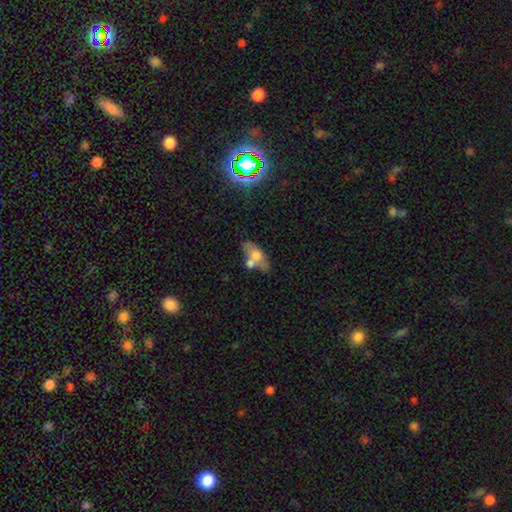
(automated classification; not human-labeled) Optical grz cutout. It shows a smooth galaxy with no disk features (56%) that is in between round and cigar-shaped (82%). Merging: none (41%).